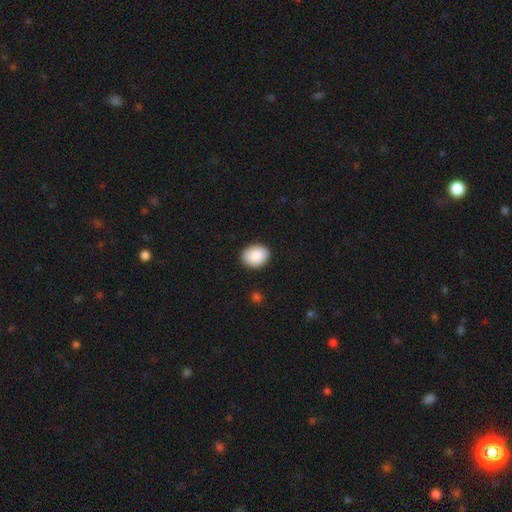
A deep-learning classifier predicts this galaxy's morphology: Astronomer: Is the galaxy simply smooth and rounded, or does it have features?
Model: smooth — 89%.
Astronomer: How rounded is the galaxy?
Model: in between — 55% (runner-up: round, 44%).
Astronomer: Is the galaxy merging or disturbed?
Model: none — 90%.